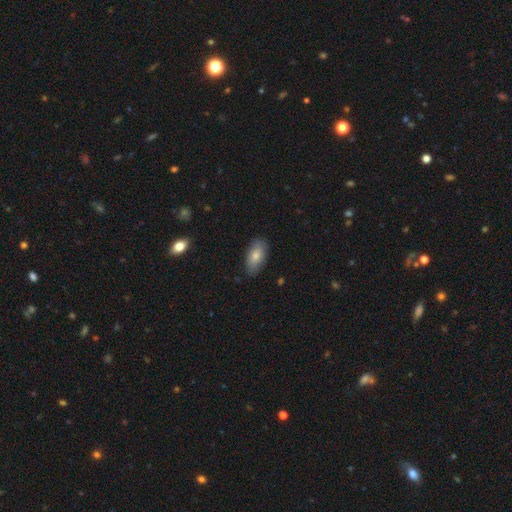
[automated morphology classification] Q: Smooth or featured?
A: smooth (79%); runner-up: featured or disk (14%)
Q: How rounded?
A: in between (91%); runner-up: cigar-shaped (5%)
Q: Merging?
A: none (83%); runner-up: minor disturbance (13%)